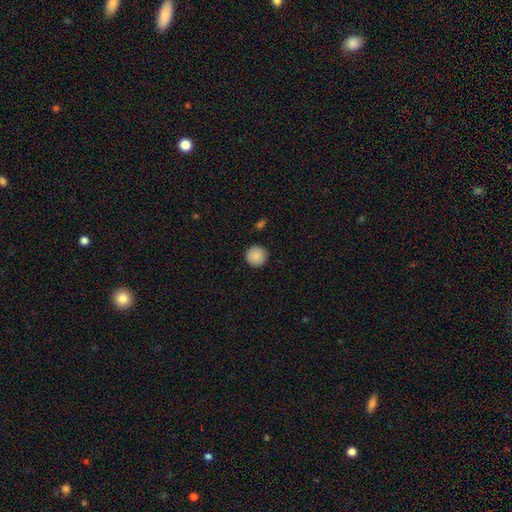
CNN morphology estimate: The model was most divided on "smooth or featured": smooth: 89%, star or artifact: 8%, featured or disk: 4%. More confident: how rounded — round (96%); merging — none (92%).